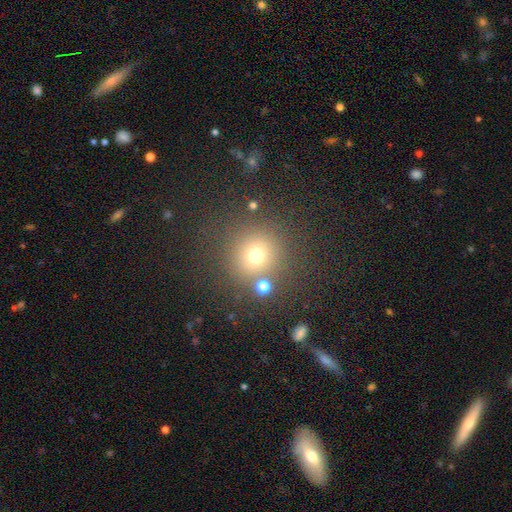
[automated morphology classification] A smooth galaxy with no disk features (69%) that is round (93%).

Vote fractions:
- Smooth or featured? smooth: 69% / star or artifact: 21% / featured or disk: 10%
- How rounded? round: 93% / in between: 6% / cigar-shaped: 1%
- Merging? none: 80% / minor disturbance: 8% / merger: 7% / major disturbance: 5%